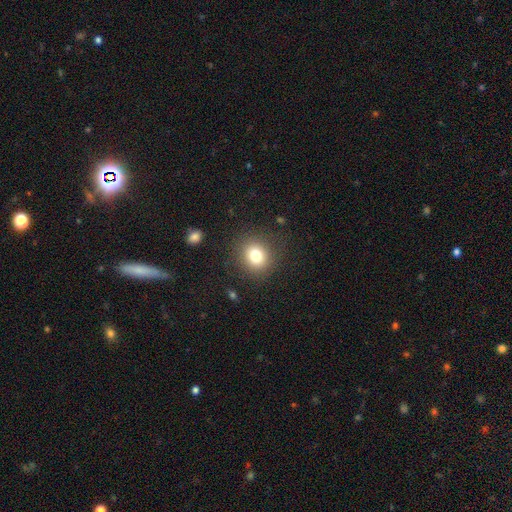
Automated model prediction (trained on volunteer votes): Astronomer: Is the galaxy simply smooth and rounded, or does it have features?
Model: smooth — 78%.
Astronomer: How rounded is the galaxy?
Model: round — 82%.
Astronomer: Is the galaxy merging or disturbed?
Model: none — 86%.